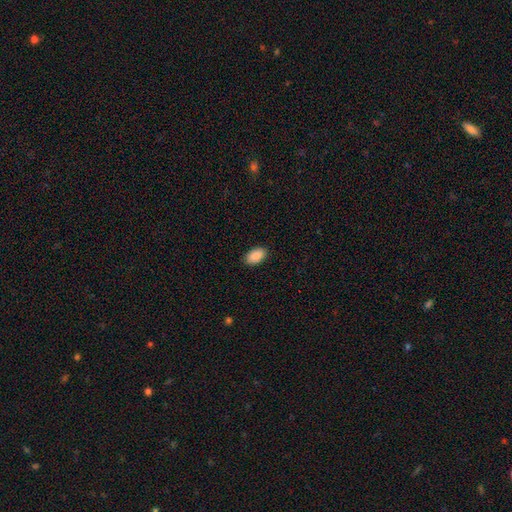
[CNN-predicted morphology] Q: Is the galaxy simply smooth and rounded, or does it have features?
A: smooth — 89%.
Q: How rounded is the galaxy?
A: in between — 94%.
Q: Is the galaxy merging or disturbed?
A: none — 89%.